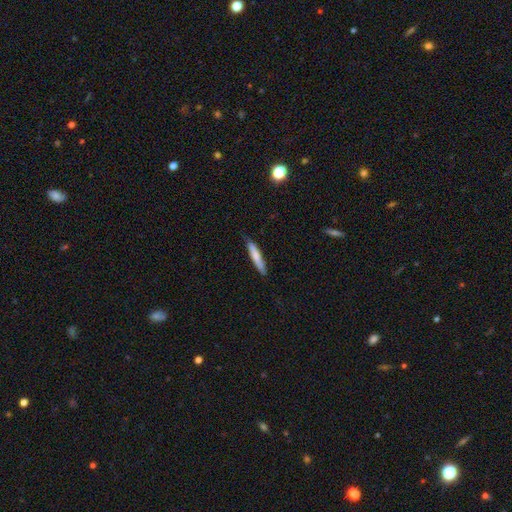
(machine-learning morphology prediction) A smooth galaxy with no disk features (72%) that is cigar-shaped (91%). Merging: none (80%).